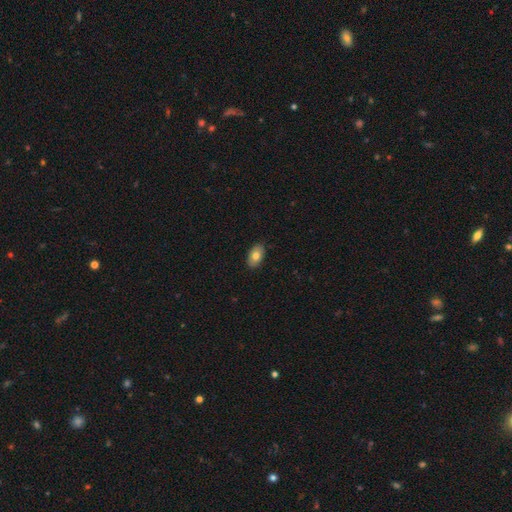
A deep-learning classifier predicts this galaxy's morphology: Smooth or featured: smooth — 78% (featured or disk — 15%)
How rounded: in between — 93% (round — 5%)
Merging: none — 88% (minor disturbance — 10%)